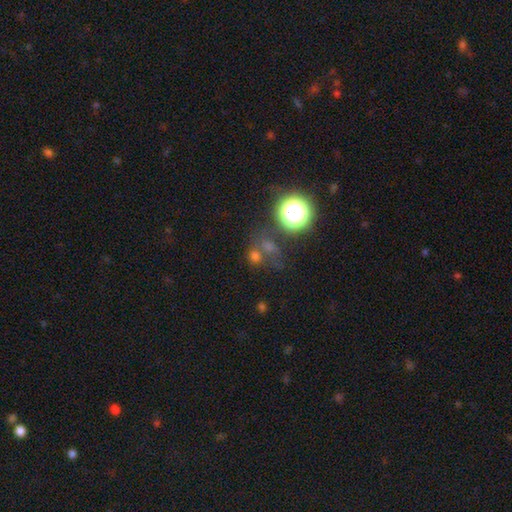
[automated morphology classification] Smooth or featured: smooth — 51% (star or artifact — 37%)
How rounded: round — 77% (in between — 22%)
Merging: none — 52% (merger — 26%)